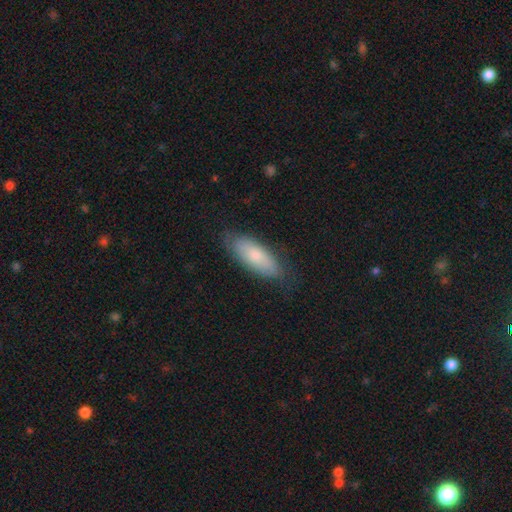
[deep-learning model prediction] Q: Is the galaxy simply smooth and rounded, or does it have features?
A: smooth — 75%.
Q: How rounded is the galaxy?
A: in between — 73%.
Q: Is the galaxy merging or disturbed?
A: none — 78%.